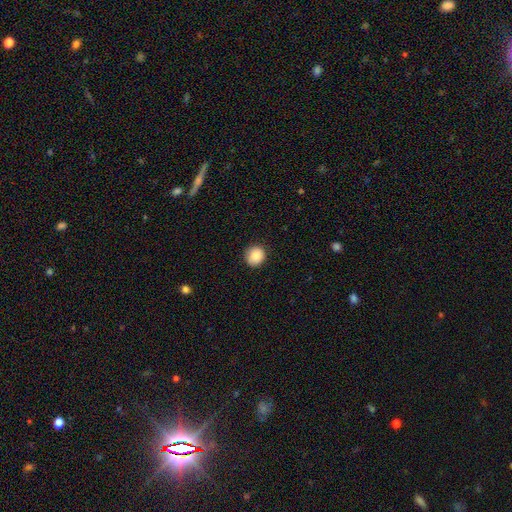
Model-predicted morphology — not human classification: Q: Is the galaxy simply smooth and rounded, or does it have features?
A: smooth — 89%.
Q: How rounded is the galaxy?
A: round — 86%.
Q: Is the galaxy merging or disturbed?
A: none — 88%.